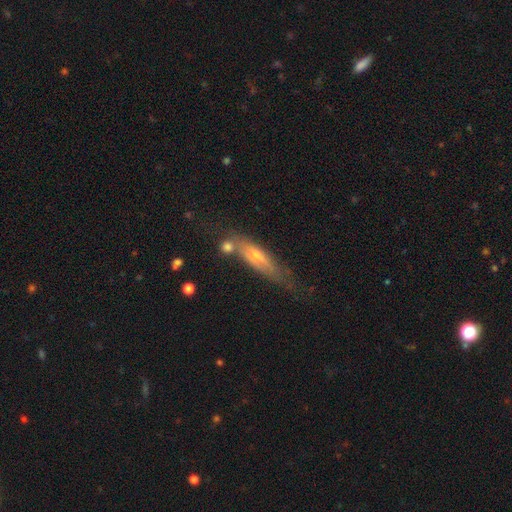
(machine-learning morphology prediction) This is possibly a featured or disk galaxy (54%). It is likely viewed edge-on (66%). Merging: possibly none (49%).